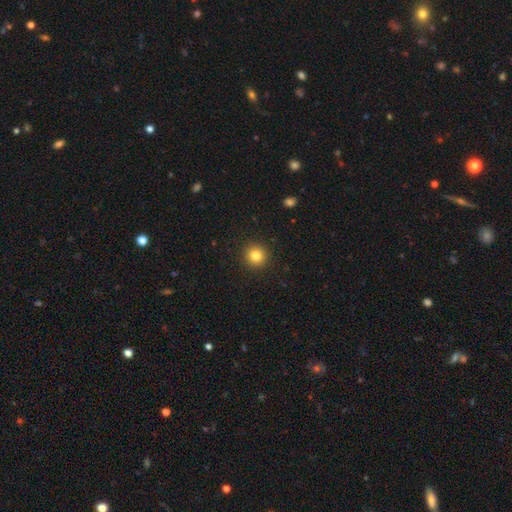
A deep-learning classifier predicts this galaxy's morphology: A smooth galaxy with no disk features (82%) that is round (94%).

Vote fractions:
- Smooth or featured? smooth: 82% / star or artifact: 11% / featured or disk: 6%
- How rounded? round: 94% / in between: 5% / cigar-shaped: 1%
- Merging? none: 92% / minor disturbance: 5% / major disturbance: 2% / merger: 1%